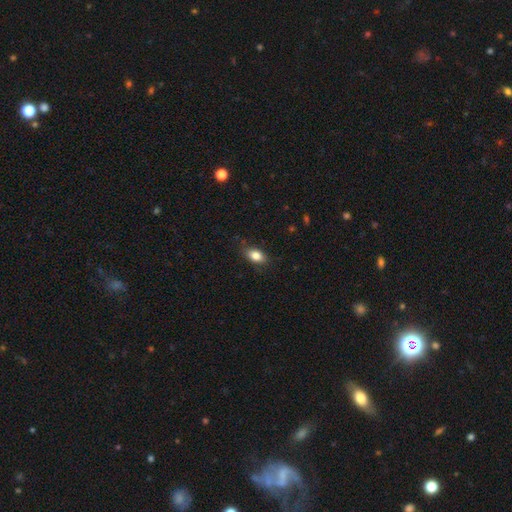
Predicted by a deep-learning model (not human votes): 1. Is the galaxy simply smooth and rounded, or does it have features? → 83% smooth, 8% featured or disk, 8% star or artifact.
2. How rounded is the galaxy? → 86% in between, 10% round, 4% cigar-shaped.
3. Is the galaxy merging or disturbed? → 78% none, 17% minor disturbance, 4% major disturbance, 1% merger.